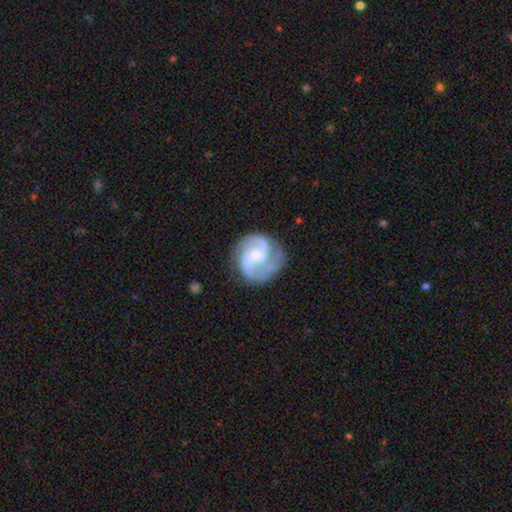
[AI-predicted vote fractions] Smooth or featured?
  - featured or disk: 86% *
  - smooth: 9%
  - star or artifact: 5%
Edge-on disk?
  - no: 98% *
  - yes: 2%
Bar?
  - no: 51% *
  - weak: 41%
  - strong: 8%
Spiral arms?
  - yes: 96% *
  - no: 4%
Spiral winding?
  - medium: 55% *
  - tight: 28%
  - loose: 17%
Spiral arm count?
  - 2: 72% *
  - 3: 14%
  - can't tell: 7%
  - 1: 3%
  - 4: 2%
  - more than 4: 2%
Bulge size?
  - moderate: 47% *
  - small: 44%
  - none: 4%
  - large: 4%
  - dominant: 1%
Merging?
  - none: 71% *
  - minor disturbance: 18%
  - major disturbance: 9%
  - merger: 2%